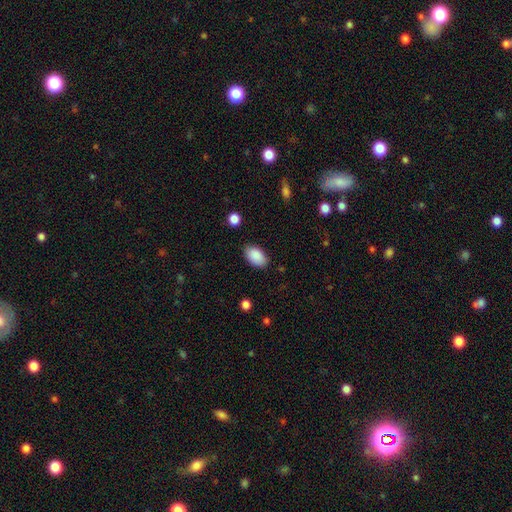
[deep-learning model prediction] A smooth galaxy with no disk features (89%) that is in between round and cigar-shaped (93%). Merging: none (84%).